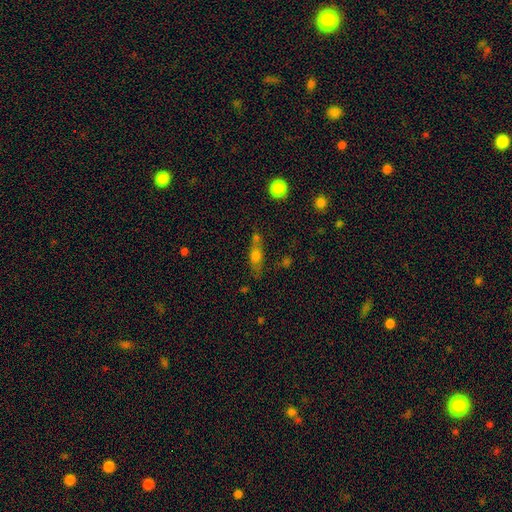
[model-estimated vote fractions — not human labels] A smooth galaxy with no disk features (63%) that is in between round and cigar-shaped (54%). Merging: none (52%).